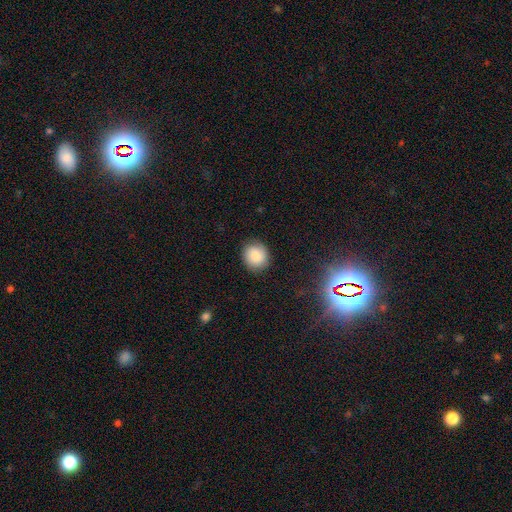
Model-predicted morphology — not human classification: Smooth or featured? smooth (84%)
How rounded? round (85%)
Merging? none (87%)